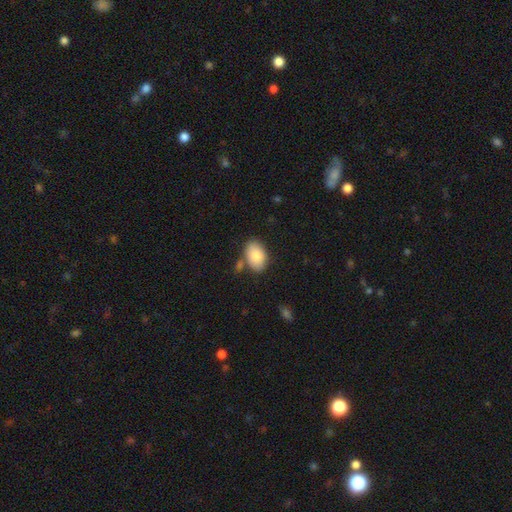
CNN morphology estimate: A smooth galaxy with no disk features (83%) that is in between round and cigar-shaped (89%).

Vote fractions:
- Smooth or featured? smooth: 83% / featured or disk: 11% / star or artifact: 6%
- How rounded? in between: 89% / round: 10% / cigar-shaped: 1%
- Merging? none: 73% / minor disturbance: 14% / merger: 9% / major disturbance: 3%